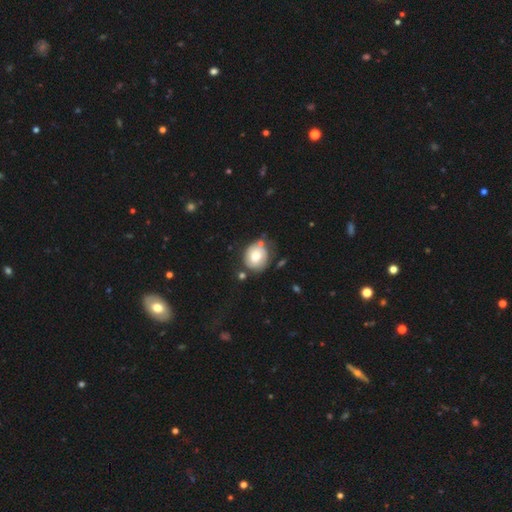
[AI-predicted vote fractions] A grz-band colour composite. It shows a smooth galaxy with no disk features (60%) that is round (68%). Merging: none (60%).